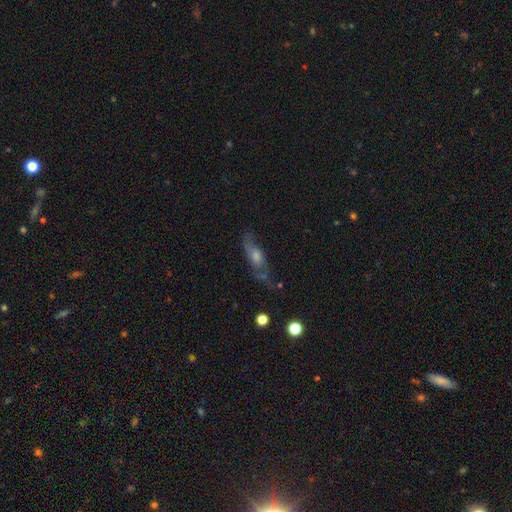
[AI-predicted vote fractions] A featured or disk galaxy (58%).

Vote fractions:
- Smooth or featured? featured or disk: 58% / smooth: 30% / star or artifact: 13%
- Edge-on disk? no: 65% / yes: 35%
- Merging? none: 59% / minor disturbance: 24% / major disturbance: 14% / merger: 4%